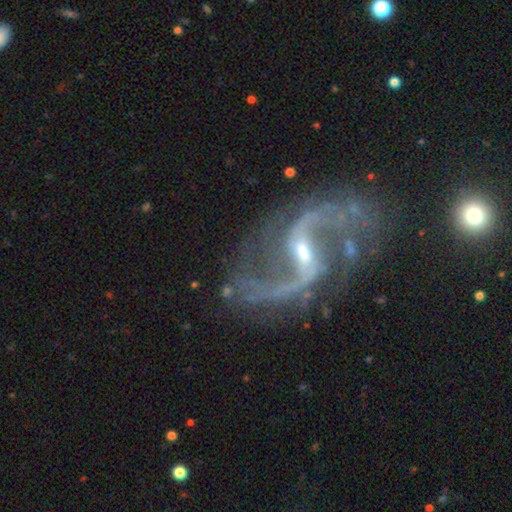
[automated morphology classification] Smooth or featured?
  - featured or disk: 93% *
  - star or artifact: 5%
  - smooth: 2%
Edge-on disk?
  - no: 98% *
  - yes: 2%
Bar?
  - weak: 46% *
  - strong: 34%
  - no: 20%
Spiral arms?
  - yes: 98% *
  - no: 2%
Spiral winding?
  - loose: 74% *
  - medium: 20%
  - tight: 6%
Spiral arm count?
  - 2: 94% *
  - can't tell: 1%
  - 3: 1%
  - 1: 1%
  - 4: 1%
  - more than 4: 1%
Bulge size?
  - small: 66% *
  - moderate: 29%
  - none: 2%
  - large: 2%
  - dominant: 1%
Merging?
  - none: 71% *
  - minor disturbance: 15%
  - major disturbance: 10%
  - merger: 4%